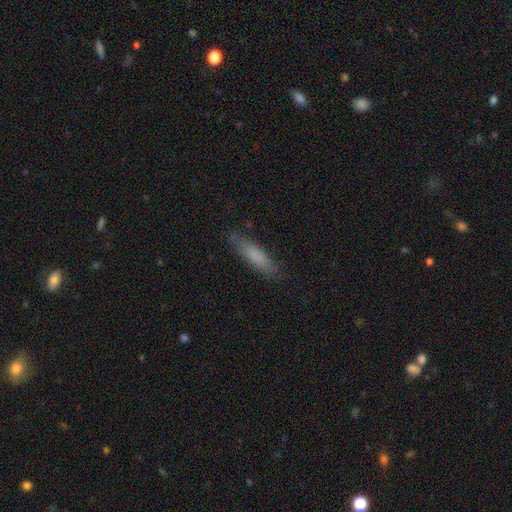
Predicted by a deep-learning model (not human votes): Smooth or featured: smooth — 79% (featured or disk — 15%)
How rounded: cigar-shaped — 68% (in between — 31%)
Merging: none — 82% (minor disturbance — 14%)